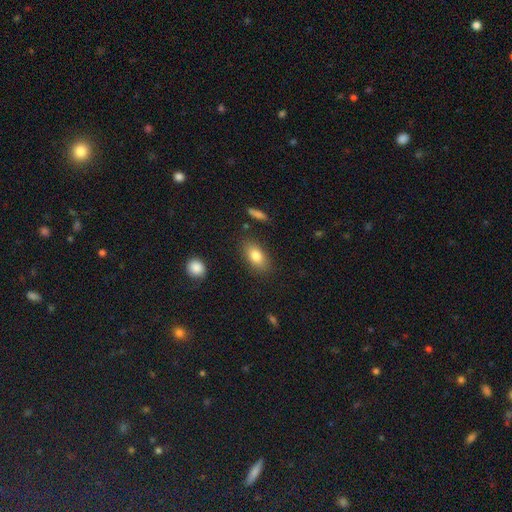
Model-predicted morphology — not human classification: type=smooth (82%); roundness=in between (88%); merging=none (83%).